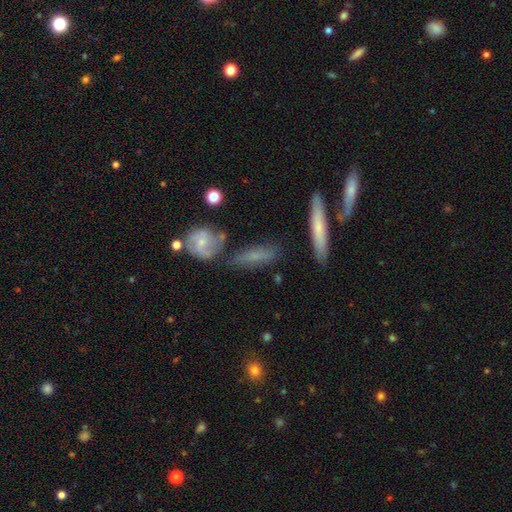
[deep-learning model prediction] This appears to be a smooth galaxy with no disk features (51%) that is cigar-shaped (56%). Merging: none (63%).